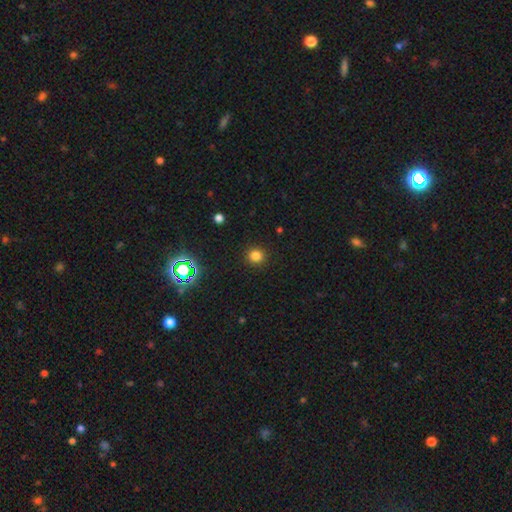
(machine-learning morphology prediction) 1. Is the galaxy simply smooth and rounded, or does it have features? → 79% smooth, 17% star or artifact, 5% featured or disk.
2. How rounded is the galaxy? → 92% round, 7% in between, 1% cigar-shaped.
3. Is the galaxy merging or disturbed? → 91% none, 5% minor disturbance, 2% major disturbance, 1% merger.